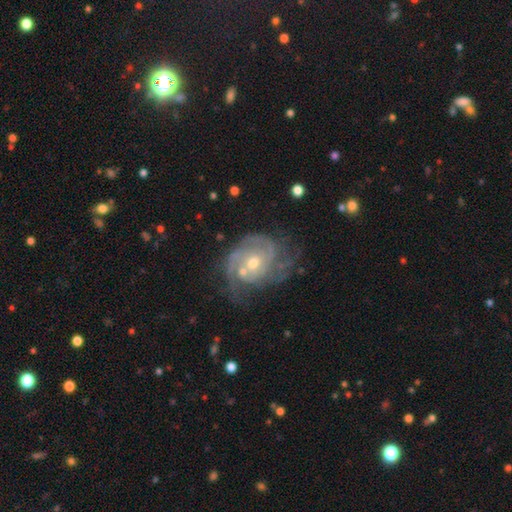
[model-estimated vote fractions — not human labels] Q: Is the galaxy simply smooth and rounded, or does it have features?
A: featured or disk — 84%.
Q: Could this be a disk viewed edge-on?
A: no — 97%.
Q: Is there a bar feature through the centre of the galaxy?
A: no — 69%.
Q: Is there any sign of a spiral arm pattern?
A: yes — 94%.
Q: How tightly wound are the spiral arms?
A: tight — 61%.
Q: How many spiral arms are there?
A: can't tell — 31%.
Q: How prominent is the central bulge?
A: moderate — 52%.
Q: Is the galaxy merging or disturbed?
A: none — 60%.